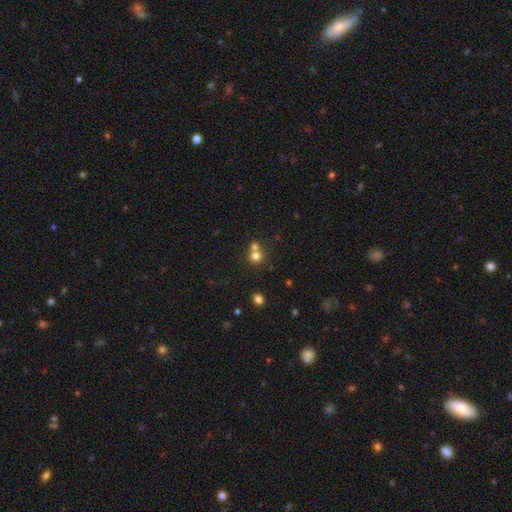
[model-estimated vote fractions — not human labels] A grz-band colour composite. It shows a smooth galaxy with no disk features (75%) that is round (88%). Merging: none (50%).